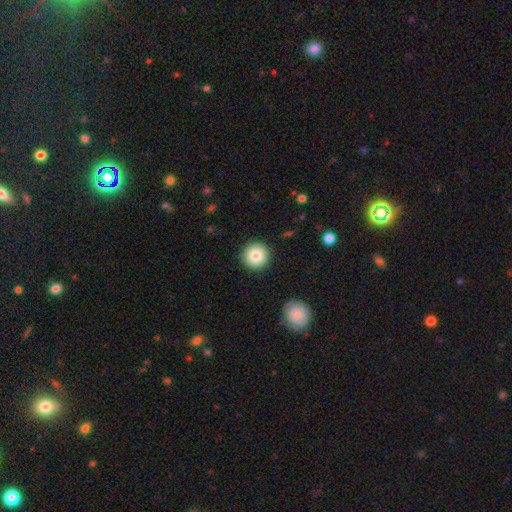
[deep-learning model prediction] Smooth or featured: smooth — 83% (star or artifact — 9%)
How rounded: round — 96% (in between — 3%)
Merging: none — 92% (minor disturbance — 5%)